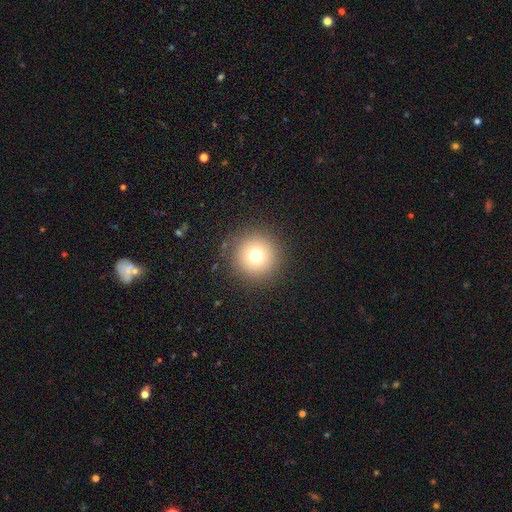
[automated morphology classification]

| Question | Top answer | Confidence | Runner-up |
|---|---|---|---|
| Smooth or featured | smooth | 74% | star or artifact (15%) |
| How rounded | round | 96% | in between (3%) |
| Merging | none | 90% | minor disturbance (6%) |